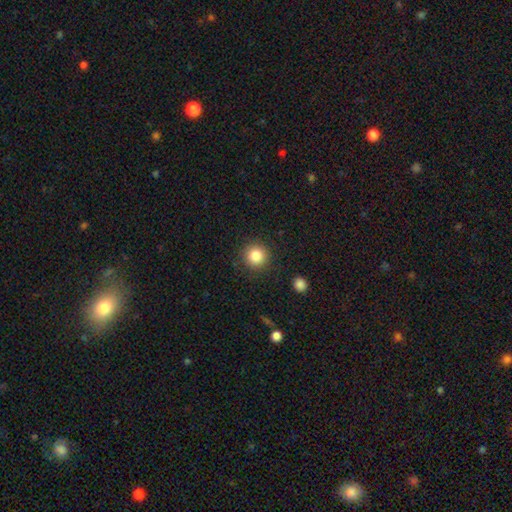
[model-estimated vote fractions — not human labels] The model was most divided on "smooth or featured": smooth: 84%, star or artifact: 10%, featured or disk: 6%. More confident: how rounded — round (94%); merging — none (90%).